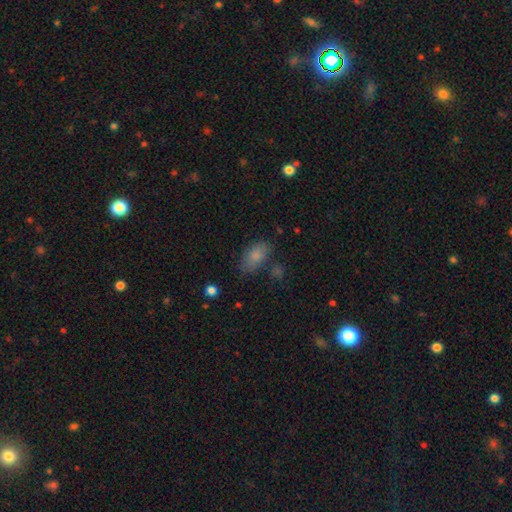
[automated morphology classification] Smooth or featured?
  - smooth: 83% *
  - featured or disk: 9%
  - star or artifact: 8%
How rounded?
  - in between: 91% *
  - round: 5%
  - cigar-shaped: 4%
Merging?
  - none: 71% *
  - minor disturbance: 18%
  - major disturbance: 6%
  - merger: 5%